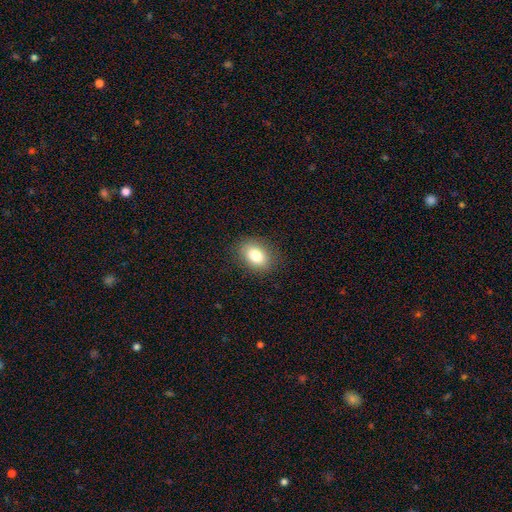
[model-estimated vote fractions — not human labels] A smooth galaxy with no disk features (82%) that is in between round and cigar-shaped (76%).

Vote fractions:
- Smooth or featured? smooth: 82% / featured or disk: 10% / star or artifact: 9%
- How rounded? in between: 76% / round: 23% / cigar-shaped: 1%
- Merging? none: 87% / minor disturbance: 10% / major disturbance: 3% / merger: 1%